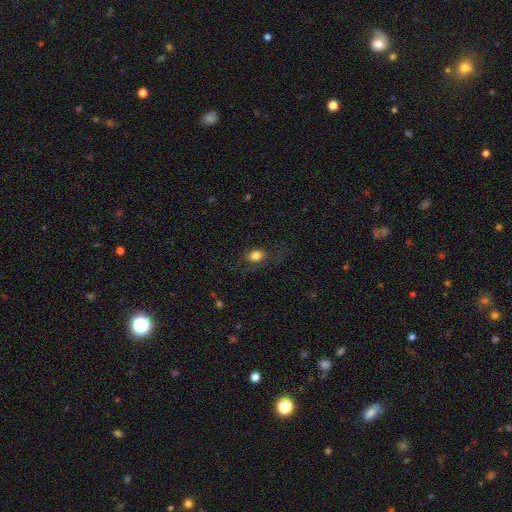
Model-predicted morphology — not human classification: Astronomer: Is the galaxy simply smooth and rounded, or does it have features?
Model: smooth — 76%.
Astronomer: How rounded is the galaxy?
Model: in between — 71%.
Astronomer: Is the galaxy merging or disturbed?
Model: none — 63%.